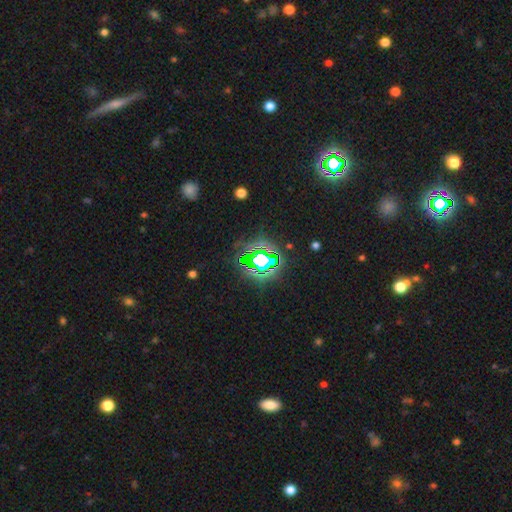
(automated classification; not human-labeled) Overall: star or artifact (79%).